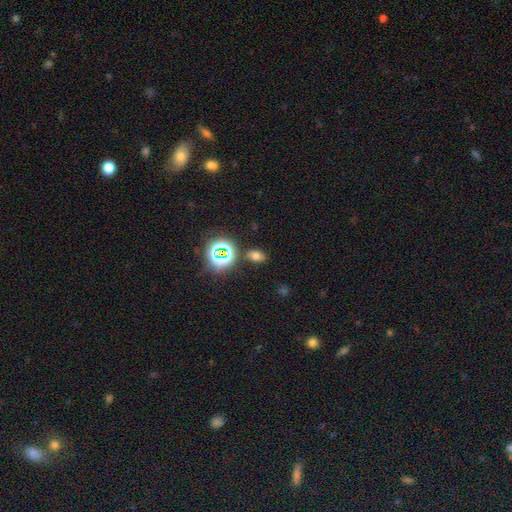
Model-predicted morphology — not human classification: Q: Smooth or featured?
A: smooth (62%); runner-up: star or artifact (29%)
Q: How rounded?
A: in between (78%); runner-up: round (21%)
Q: Merging?
A: none (80%); runner-up: minor disturbance (12%)